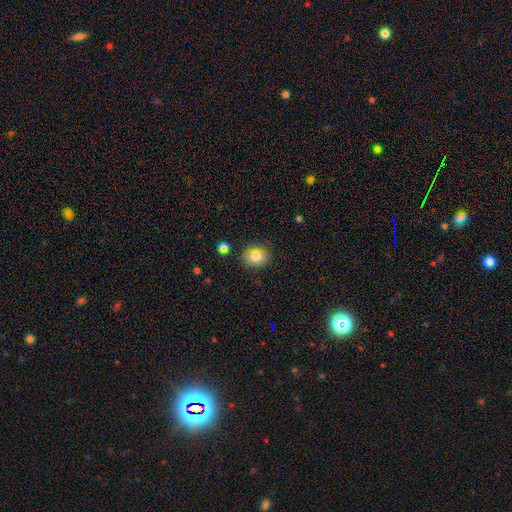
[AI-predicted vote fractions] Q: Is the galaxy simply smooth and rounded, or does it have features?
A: smooth — 75%.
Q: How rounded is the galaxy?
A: round — 58%.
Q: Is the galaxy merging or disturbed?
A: none — 80%.